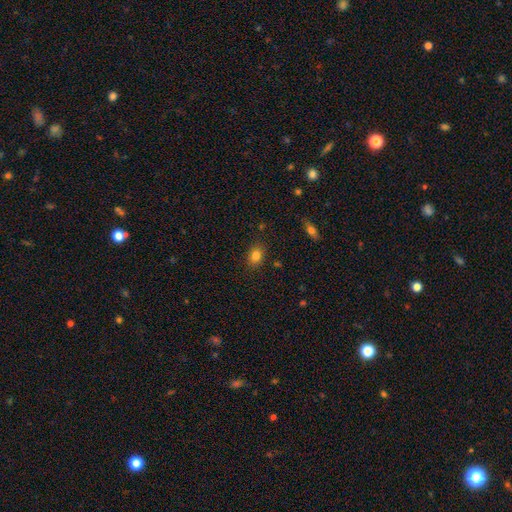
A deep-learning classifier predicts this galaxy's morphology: Smooth or featured: smooth — 82% (star or artifact — 11%)
How rounded: in between — 64% (round — 35%)
Merging: none — 85% (minor disturbance — 11%)